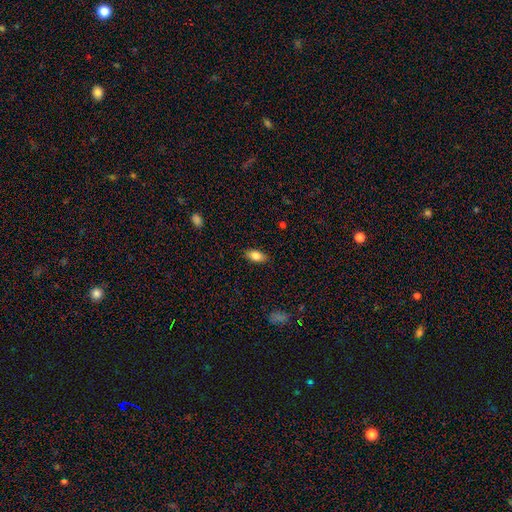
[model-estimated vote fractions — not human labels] smooth-or-featured: smooth: 83% | featured or disk: 10% | star or artifact: 7%
  how-rounded: in between: 90% | cigar-shaped: 6% | round: 4%
  merging: none: 87% | minor disturbance: 9% | major disturbance: 2% | merger: 1%